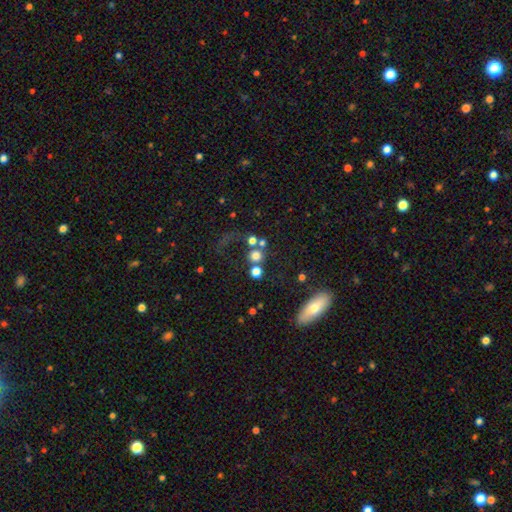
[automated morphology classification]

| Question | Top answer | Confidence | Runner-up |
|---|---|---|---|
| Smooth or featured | smooth | 69% | star or artifact (18%) |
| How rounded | round | 91% | in between (8%) |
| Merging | none | 54% | merger (28%) |